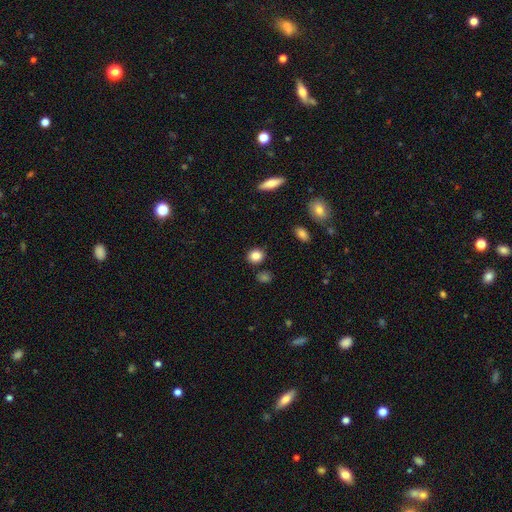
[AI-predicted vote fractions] Q: Smooth or featured?
A: smooth (86%); runner-up: star or artifact (10%)
Q: How rounded?
A: round (76%); runner-up: in between (23%)
Q: Merging?
A: none (86%); runner-up: minor disturbance (8%)